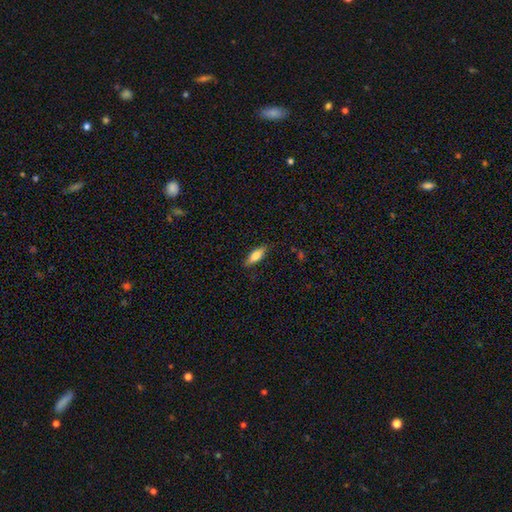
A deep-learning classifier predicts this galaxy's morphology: Smooth or featured: smooth — 74% (featured or disk — 20%)
How rounded: in between — 64% (cigar-shaped — 33%)
Merging: none — 84% (minor disturbance — 12%)